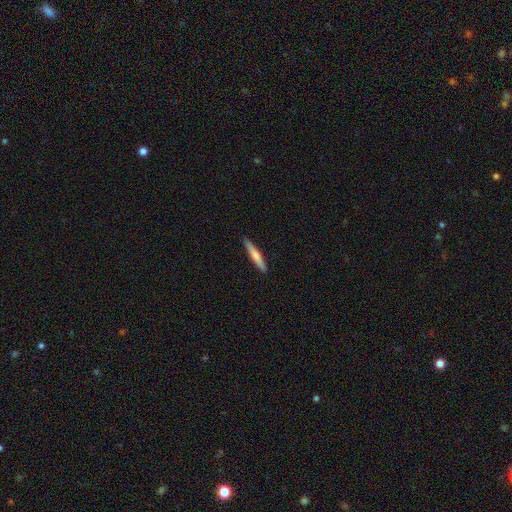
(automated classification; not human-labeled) Morphology: type=smooth (63%); roundness=cigar-shaped (94%); merging=none (92%).